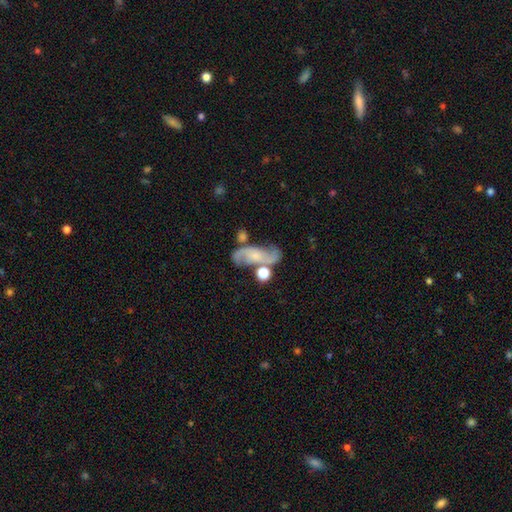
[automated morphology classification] Smooth or featured? Predicted: featured or disk (p=0.81). Edge-on disk? Predicted: no (p=0.96). Bar? Predicted: no (p=0.61). Spiral arms? Predicted: yes (p=0.95). Spiral winding? Predicted: loose (p=0.52). Spiral arm count? Predicted: 2 (p=0.92). Bulge size? Predicted: small (p=0.58). Merging? Predicted: none (p=0.54).